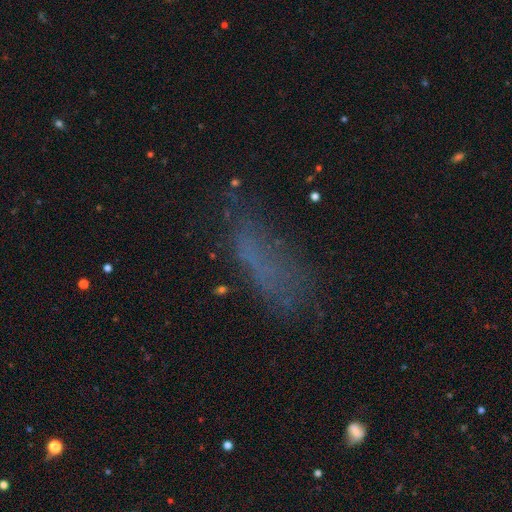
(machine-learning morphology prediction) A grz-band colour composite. It shows a smooth galaxy with no disk features (53%) that is in between round and cigar-shaped (51%). Merging: none (54%).